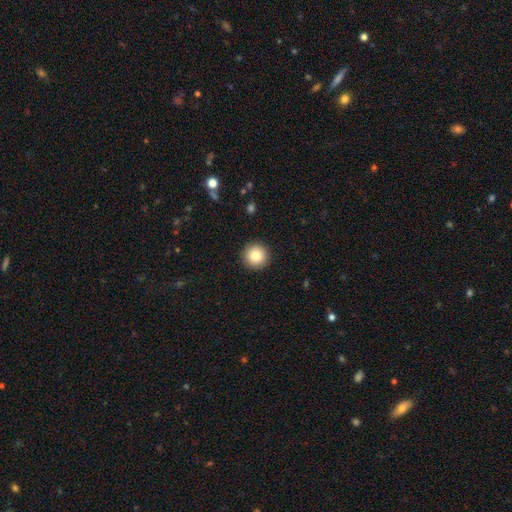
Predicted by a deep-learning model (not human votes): Smooth or featured?
  - smooth: 82% *
  - star or artifact: 9%
  - featured or disk: 9%
How rounded?
  - round: 96% *
  - in between: 3%
  - cigar-shaped: 1%
Merging?
  - none: 92% *
  - minor disturbance: 5%
  - major disturbance: 2%
  - merger: 1%